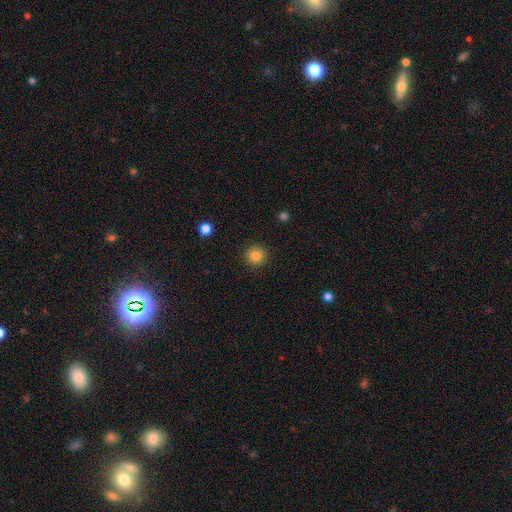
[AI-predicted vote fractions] Morphology: type=smooth (84%); roundness=round (94%); merging=none (92%).